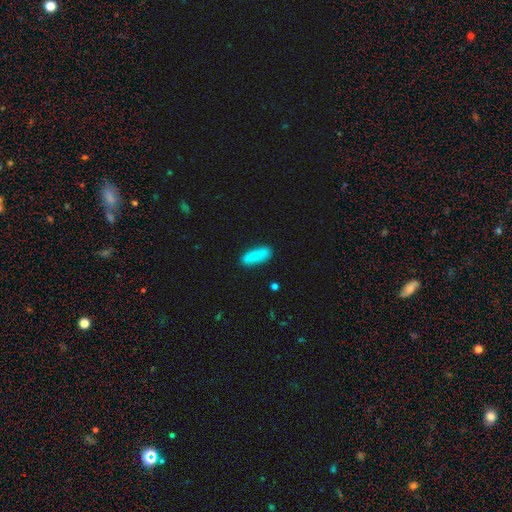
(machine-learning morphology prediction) Overall: smooth (86%). How rounded: in between (56%; cigar-shaped 42%). Merging: none (79%).